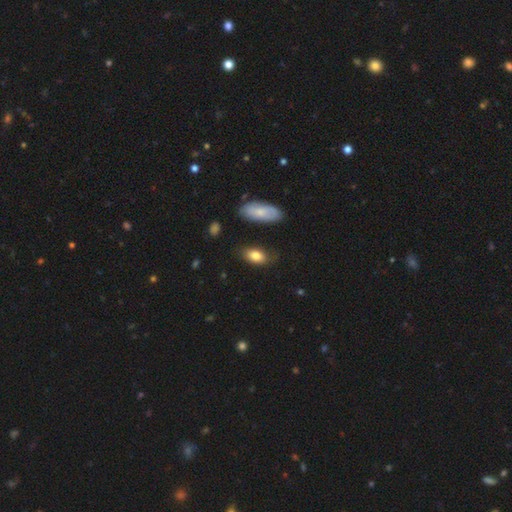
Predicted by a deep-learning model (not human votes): Smooth or featured? smooth (82%)
How rounded? in between (88%)
Merging? none (74%)